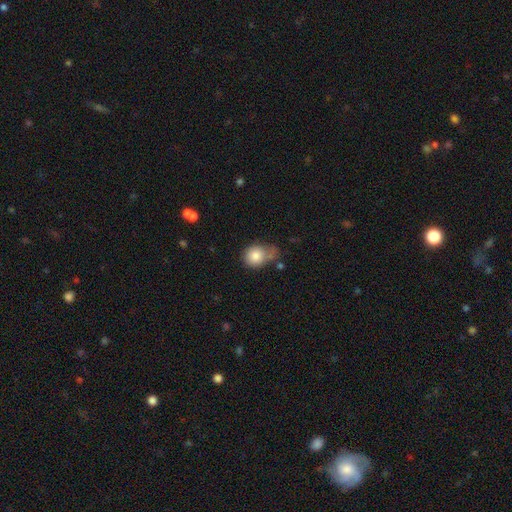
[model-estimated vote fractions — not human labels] Smooth or featured: smooth — 82% (featured or disk — 10%)
How rounded: round — 66% (in between — 32%)
Merging: none — 36% (minor disturbance — 31%)